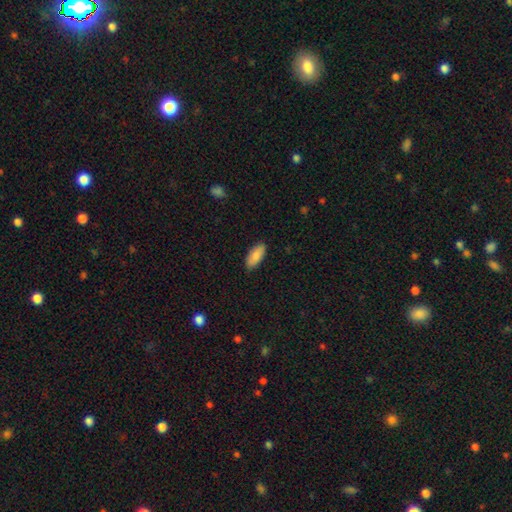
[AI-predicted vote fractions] This appears to be a smooth galaxy with no disk features (87%) that is in between round and cigar-shaped (87%). Merging: none (88%).